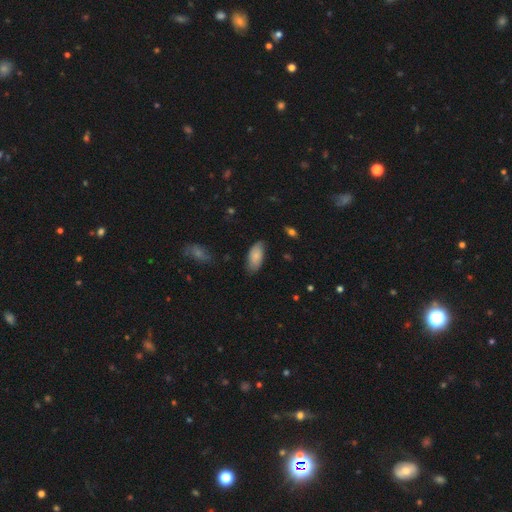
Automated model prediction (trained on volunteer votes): smooth-or-featured: smooth: 80% | featured or disk: 13% | star or artifact: 6%
  how-rounded: in between: 92% | cigar-shaped: 6% | round: 2%
  merging: none: 74% | minor disturbance: 21% | major disturbance: 4% | merger: 1%